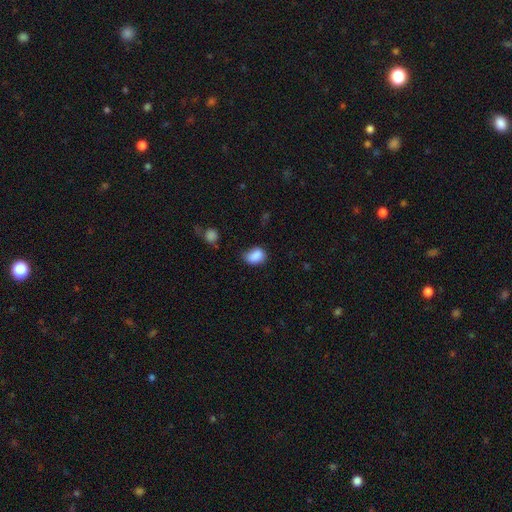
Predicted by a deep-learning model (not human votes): This appears to be a smooth galaxy with no disk features (86%) that is in between round and cigar-shaped (71%). Merging: none (57%).